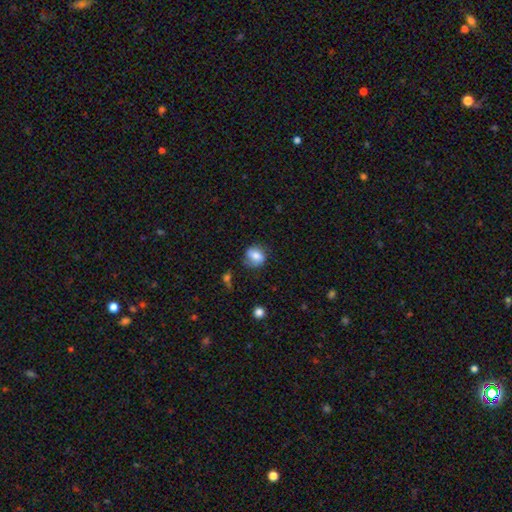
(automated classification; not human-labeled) Smooth or featured? smooth (67%)
How rounded? round (61%)
Merging? none (64%)